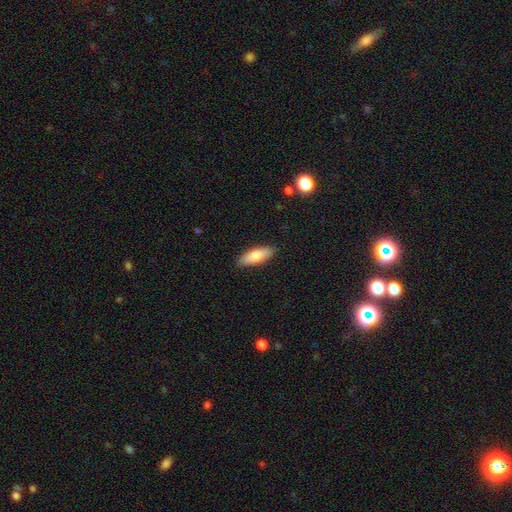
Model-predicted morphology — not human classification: type=smooth (78%); roundness=in between (60%); merging=none (88%).